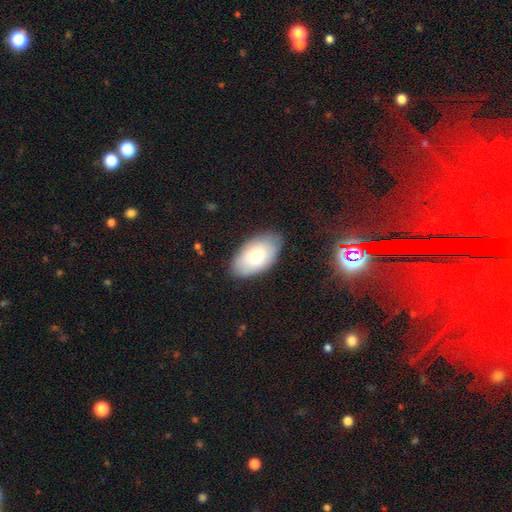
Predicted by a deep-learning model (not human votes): Morphology: type=smooth (74%); roundness=in between (95%); merging=none (81%).